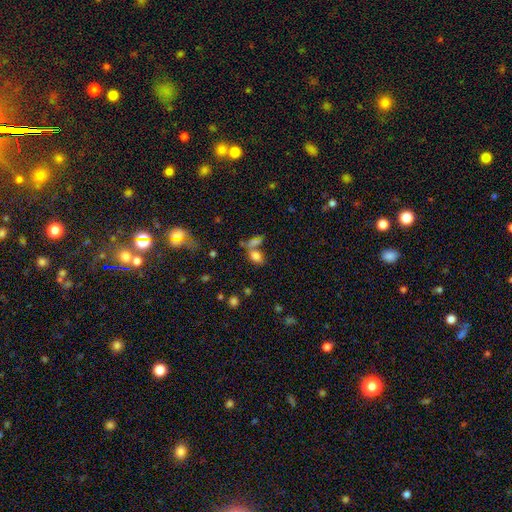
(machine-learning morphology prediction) smooth_or_featured: smooth (p=0.78) [alt: star or artifact p=0.13]
how_rounded: in between (p=0.82) [alt: round p=0.14]
merging: none (p=0.43) [alt: merger p=0.39]